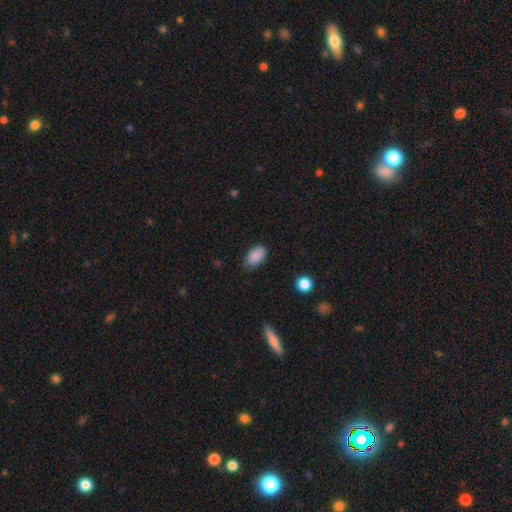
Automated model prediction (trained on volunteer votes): A smooth galaxy with no disk features (89%) that is in between round and cigar-shaped (93%). Merging: none (79%).